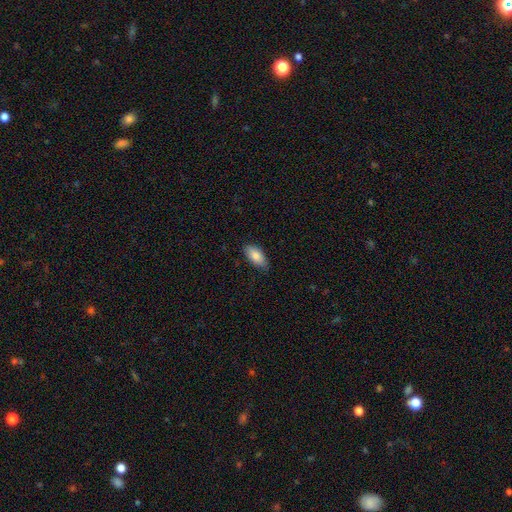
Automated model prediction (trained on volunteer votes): smooth 84%, featured or disk 9%, star or artifact 6%. Down the decision tree: how rounded — in between (91%); merging — none (82%).